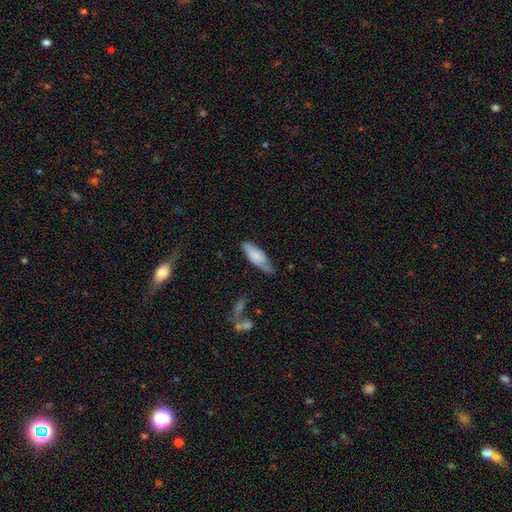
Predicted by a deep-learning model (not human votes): smooth_or_featured: smooth (p=0.72) [alt: featured or disk p=0.22]
how_rounded: in between (p=0.64) [alt: cigar-shaped p=0.34]
merging: none (p=0.58) [alt: minor disturbance p=0.32]